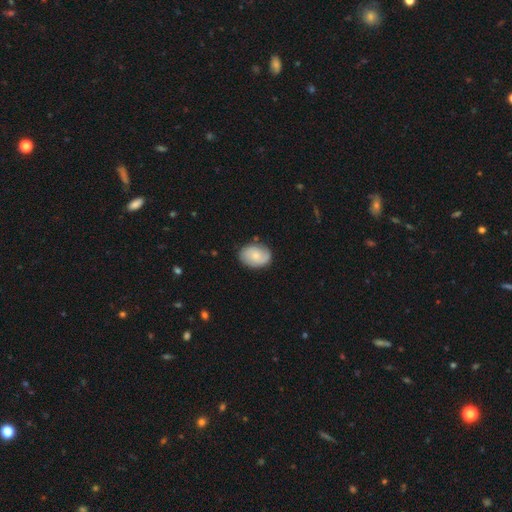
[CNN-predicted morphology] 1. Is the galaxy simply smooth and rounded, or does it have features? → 52% smooth, 41% featured or disk, 7% star or artifact.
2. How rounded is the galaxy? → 72% in between, 27% round, 1% cigar-shaped.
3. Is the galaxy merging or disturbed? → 78% none, 16% minor disturbance, 4% major disturbance, 2% merger.